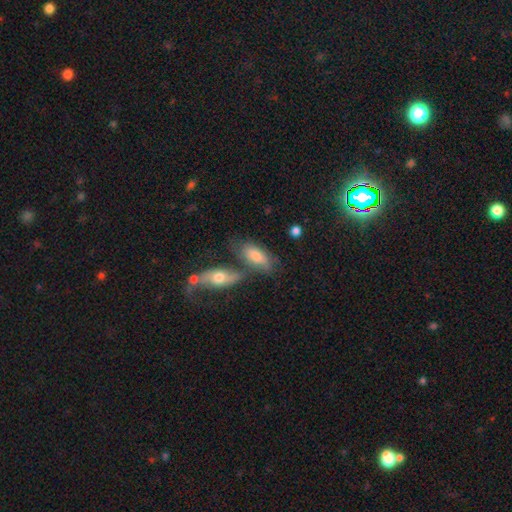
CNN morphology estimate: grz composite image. It shows a smooth galaxy with no disk features (63%) that is in between round and cigar-shaped (83%). Merging: none (43%).